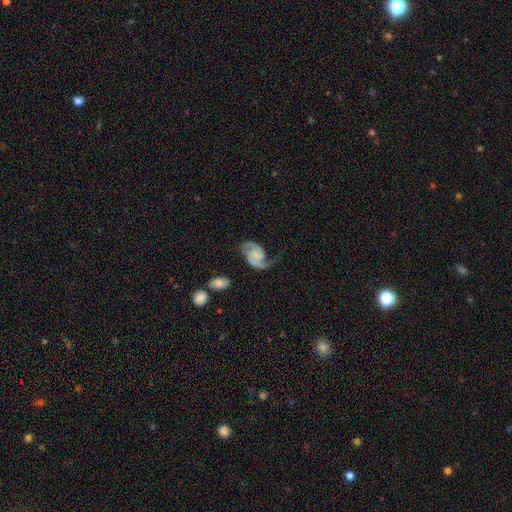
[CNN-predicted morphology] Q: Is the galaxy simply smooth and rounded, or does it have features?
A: featured or disk — 89%.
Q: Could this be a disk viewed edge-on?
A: no — 98%.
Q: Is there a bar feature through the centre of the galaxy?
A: no — 60%.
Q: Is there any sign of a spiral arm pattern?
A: yes — 98%.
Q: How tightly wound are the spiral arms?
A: medium — 48%.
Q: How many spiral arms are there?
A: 2 — 91%.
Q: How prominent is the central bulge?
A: none — 54%.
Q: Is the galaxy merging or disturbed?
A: none — 63%.